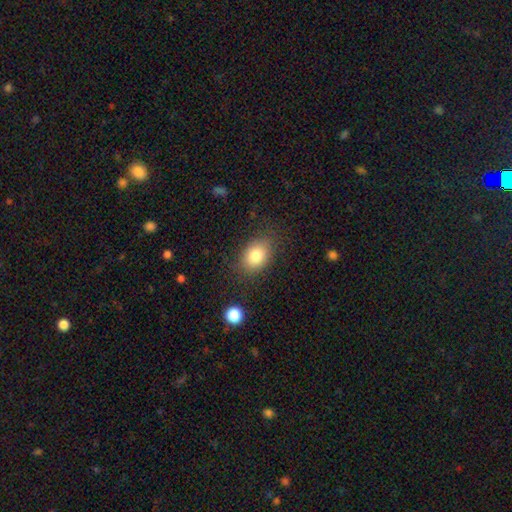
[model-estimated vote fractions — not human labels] This is clearly a smooth galaxy (82%). How rounded: likely in between (72%). Merging: clearly none (81%).